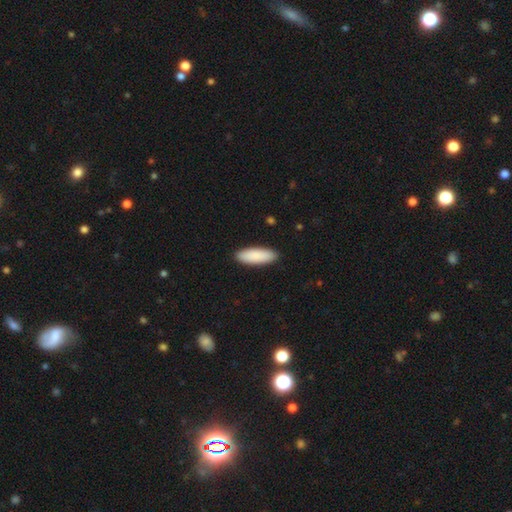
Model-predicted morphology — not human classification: Smooth or featured: smooth — 89% (featured or disk — 6%)
How rounded: in between — 59% (cigar-shaped — 39%)
Merging: none — 91% (minor disturbance — 7%)